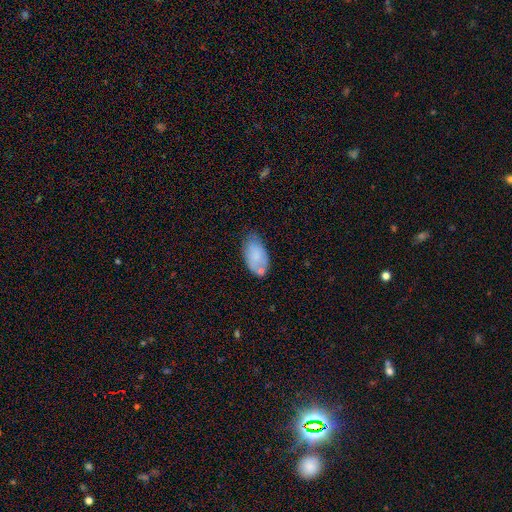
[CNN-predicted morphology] smooth-or-featured: smooth: 75% | featured or disk: 18% | star or artifact: 7%
  how-rounded: in between: 94% | round: 4% | cigar-shaped: 2%
  merging: none: 56% | minor disturbance: 27% | merger: 10% | major disturbance: 7%